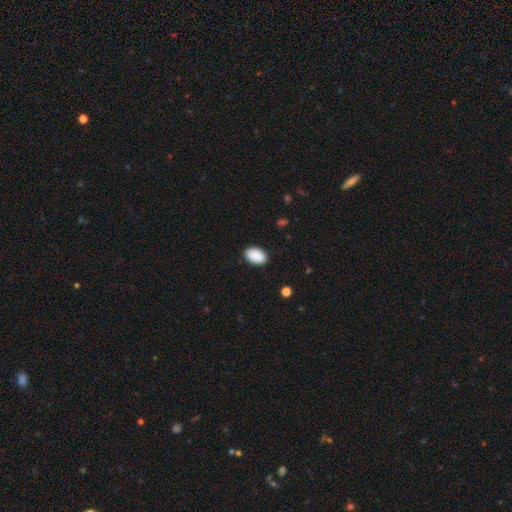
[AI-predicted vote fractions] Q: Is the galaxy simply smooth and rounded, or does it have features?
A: smooth — 91%.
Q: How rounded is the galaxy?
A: in between — 91%.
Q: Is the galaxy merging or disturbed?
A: none — 88%.